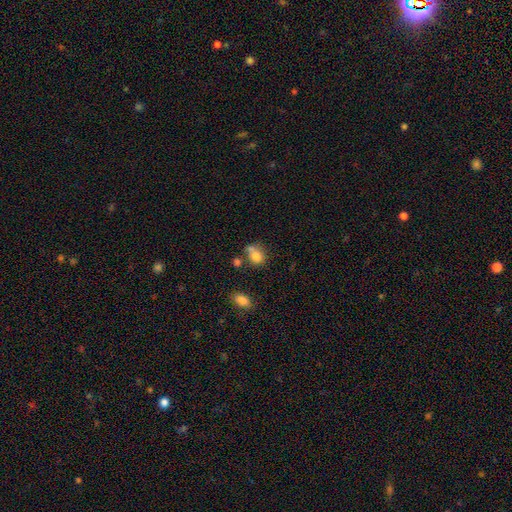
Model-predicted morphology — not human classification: A smooth galaxy with no disk features (79%) that is round (53%). Merging: none (42%).